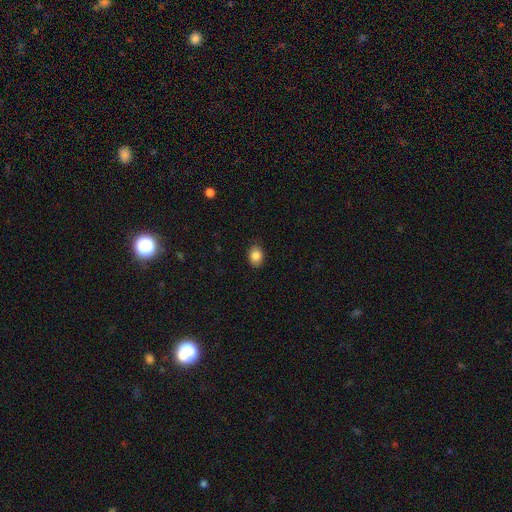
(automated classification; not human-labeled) The model was most divided on "how rounded": in between: 69%, round: 30%, cigar-shaped: 1%. More confident: merging — none (86%); smooth or featured — smooth (86%).